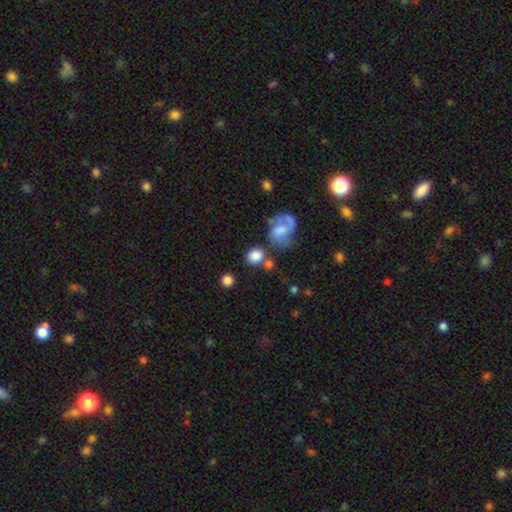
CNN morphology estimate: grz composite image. It shows a smooth galaxy with no disk features (82%) that is round (69%). Merging: none (58%).